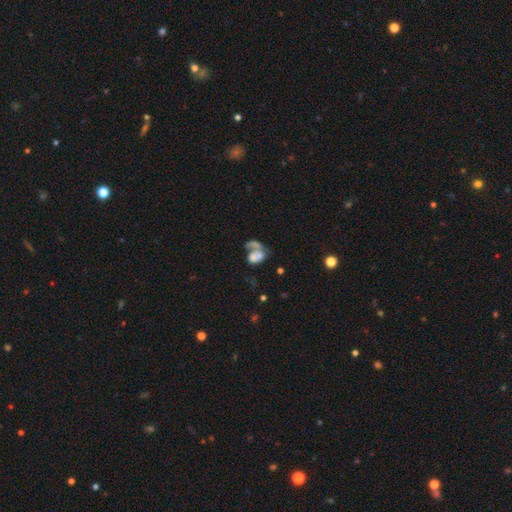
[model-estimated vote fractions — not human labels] Morphology: type=smooth (49%); merging=merger (54%).